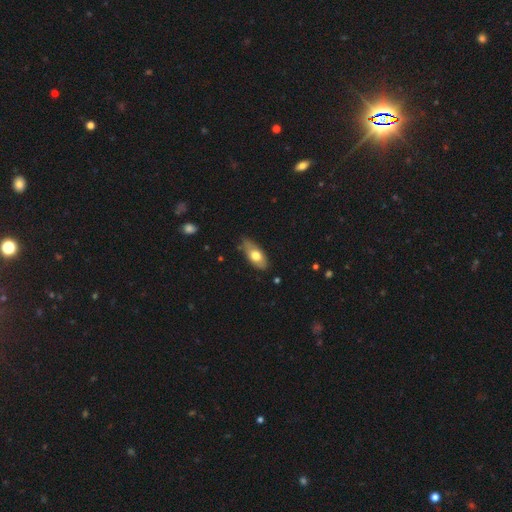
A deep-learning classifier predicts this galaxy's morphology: This is likely a smooth galaxy (65%). How rounded: clearly in between (85%). Merging: likely none (69%).